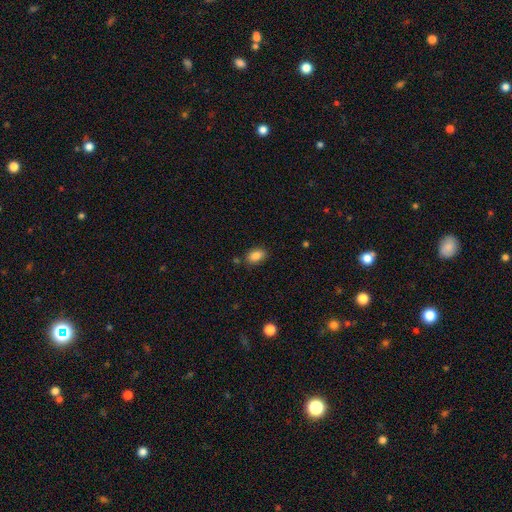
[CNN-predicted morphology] This appears to be a smooth galaxy with no disk features (86%) that is in between round and cigar-shaped (85%). Merging: none (81%).